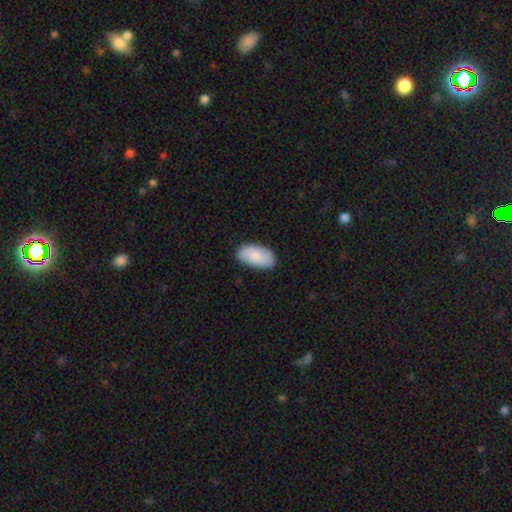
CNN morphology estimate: smooth-or-featured: smooth: 79% | featured or disk: 15% | star or artifact: 6%
  how-rounded: in between: 95% | round: 3% | cigar-shaped: 2%
  merging: none: 80% | minor disturbance: 16% | major disturbance: 3% | merger: 1%